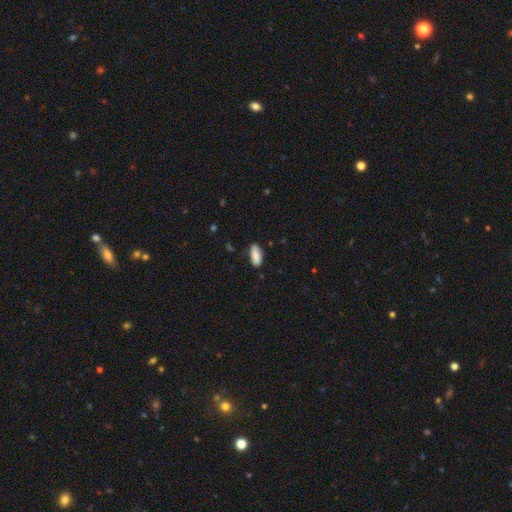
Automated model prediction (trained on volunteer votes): This is clearly a smooth galaxy (85%). How rounded: clearly in between (84%). Merging: likely none (79%).